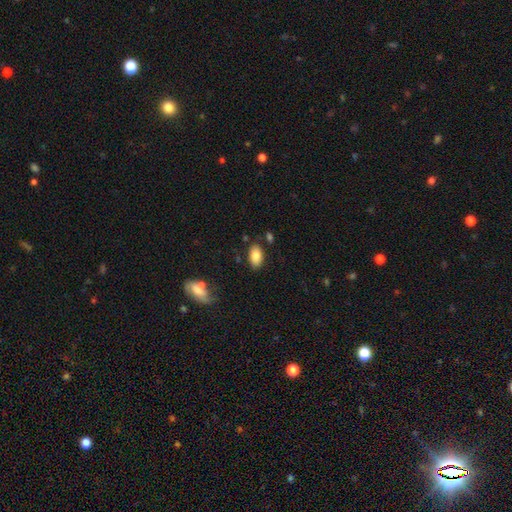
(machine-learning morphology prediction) smooth 84%, featured or disk 8%, star or artifact 8%. Down the decision tree: how rounded — in between (93%); merging — none (82%).